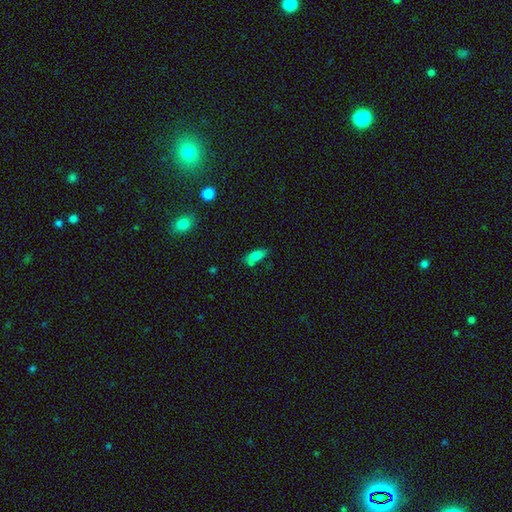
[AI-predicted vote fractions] smooth 77%, star or artifact 12%, featured or disk 11%. Down the decision tree: how rounded — in between (75%); merging — none (54%).